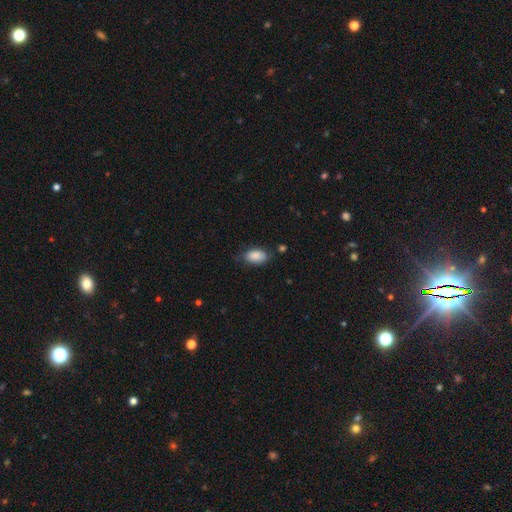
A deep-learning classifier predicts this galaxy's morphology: smooth-or-featured: smooth: 86% | featured or disk: 7% | star or artifact: 7%
  how-rounded: in between: 91% | round: 6% | cigar-shaped: 2%
  merging: none: 62% | minor disturbance: 29% | major disturbance: 6% | merger: 3%